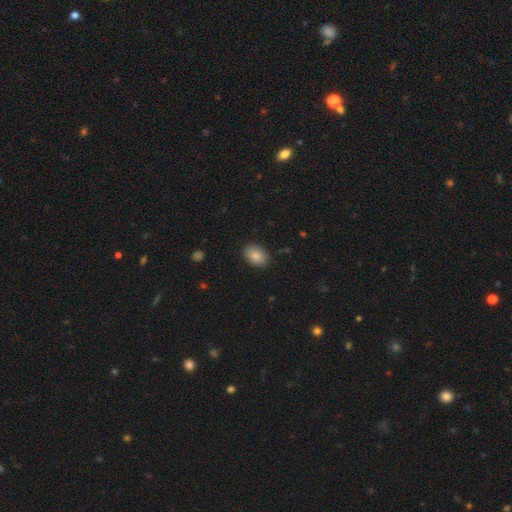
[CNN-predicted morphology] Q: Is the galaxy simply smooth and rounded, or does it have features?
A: smooth — 85%.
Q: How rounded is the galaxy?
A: in between — 76%.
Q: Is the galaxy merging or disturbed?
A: none — 87%.